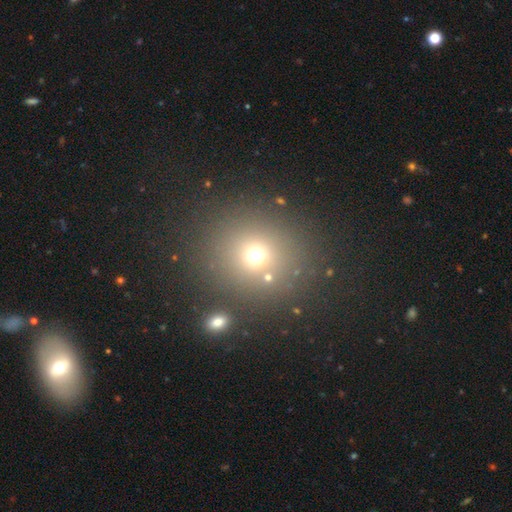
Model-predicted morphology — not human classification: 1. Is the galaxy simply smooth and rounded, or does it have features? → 66% smooth, 24% star or artifact, 10% featured or disk.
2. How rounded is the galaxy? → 86% round, 13% in between, 1% cigar-shaped.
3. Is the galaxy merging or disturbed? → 79% none, 8% minor disturbance, 8% merger, 5% major disturbance.